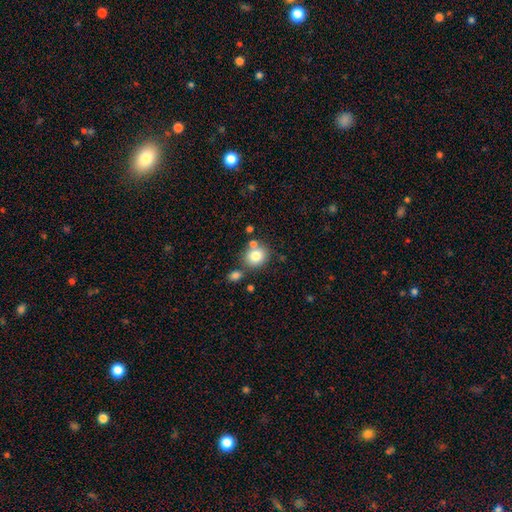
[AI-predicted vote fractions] This is likely a smooth galaxy (80%). How rounded: likely round (74%). Merging: likely none (66%).